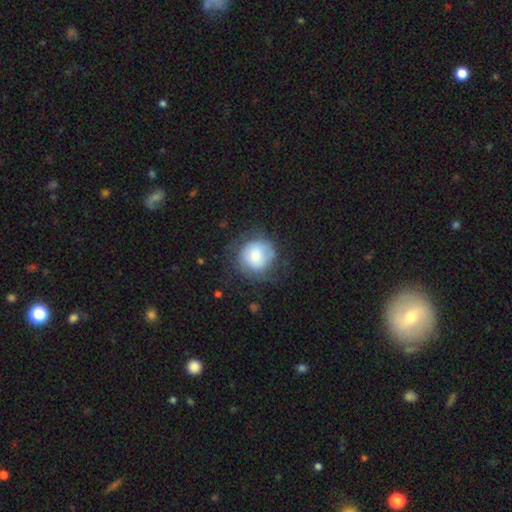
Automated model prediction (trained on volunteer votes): This appears to be a smooth galaxy with no disk features (64%) that is round (89%). Merging: none (63%).